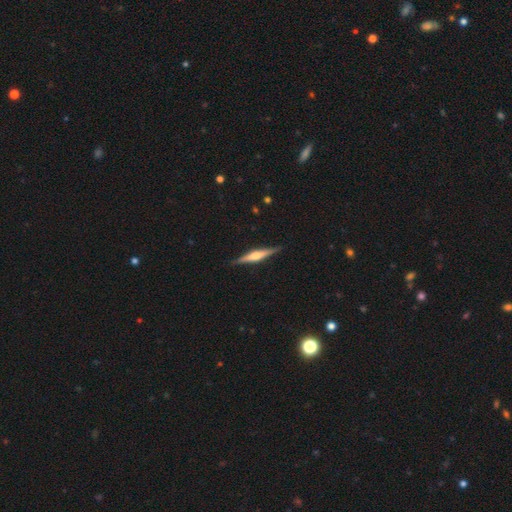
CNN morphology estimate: A featured or disk galaxy (69%) viewed edge-on (98%) with a rounded central bulge (81%). Merging: none (90%).